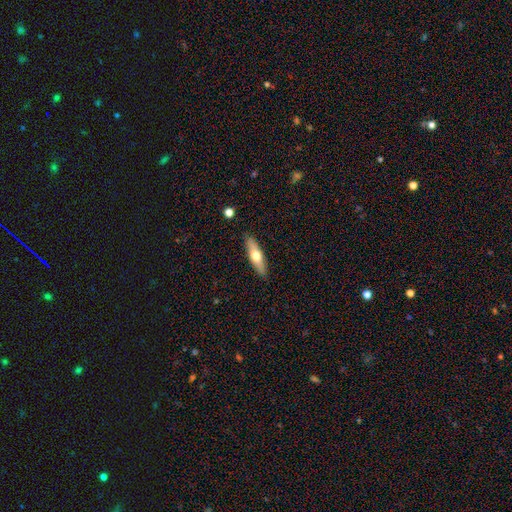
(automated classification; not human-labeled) Q: Smooth or featured?
A: smooth (53%); runner-up: featured or disk (41%)
Q: How rounded?
A: cigar-shaped (62%); runner-up: in between (36%)
Q: Merging?
A: none (89%); runner-up: minor disturbance (8%)